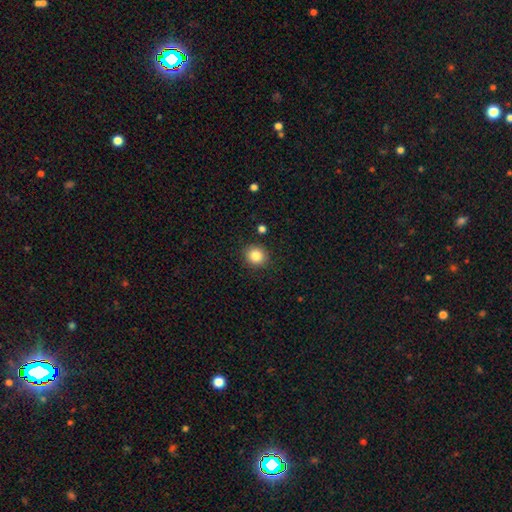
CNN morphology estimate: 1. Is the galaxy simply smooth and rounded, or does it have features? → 85% smooth, 10% star or artifact, 5% featured or disk.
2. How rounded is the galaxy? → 86% round, 13% in between, 1% cigar-shaped.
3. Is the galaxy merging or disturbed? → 89% none, 7% minor disturbance, 2% major disturbance, 2% merger.